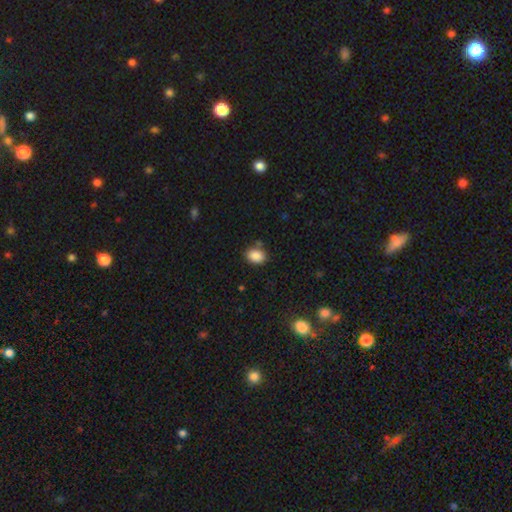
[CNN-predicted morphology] Smooth or featured?
  - smooth: 88% *
  - star or artifact: 9%
  - featured or disk: 3%
How rounded?
  - in between: 71% *
  - round: 28%
  - cigar-shaped: 1%
Merging?
  - none: 78% *
  - minor disturbance: 14%
  - merger: 5%
  - major disturbance: 4%